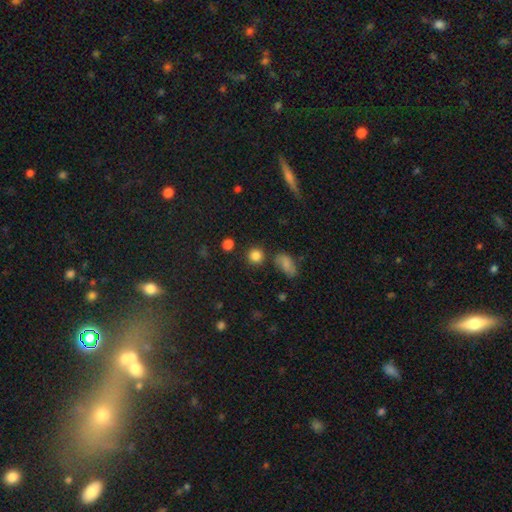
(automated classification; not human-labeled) This appears to be a smooth galaxy with no disk features (83%) that is round (89%). Merging: none (82%).